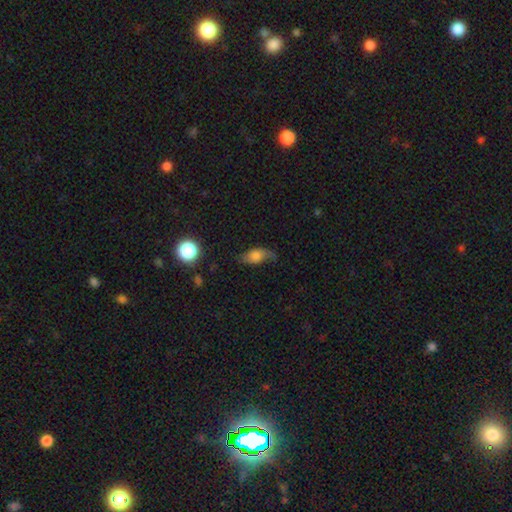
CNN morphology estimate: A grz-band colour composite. It shows a smooth galaxy with no disk features (56%) that is in between round and cigar-shaped (79%). Merging: none (50%).